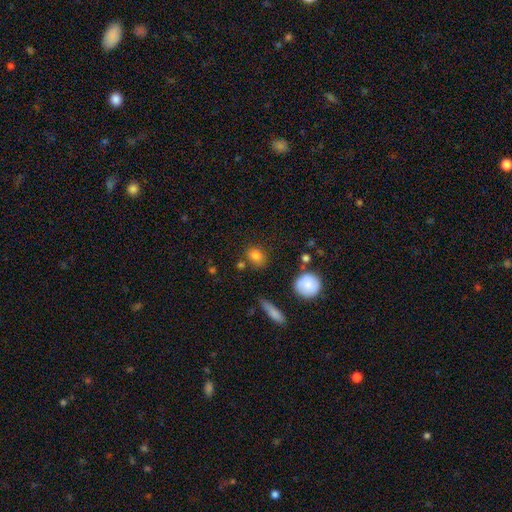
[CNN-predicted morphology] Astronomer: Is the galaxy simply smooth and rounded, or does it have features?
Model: smooth — 80%.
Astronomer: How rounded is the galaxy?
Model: round — 66%.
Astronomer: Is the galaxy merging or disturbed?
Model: none — 77%.